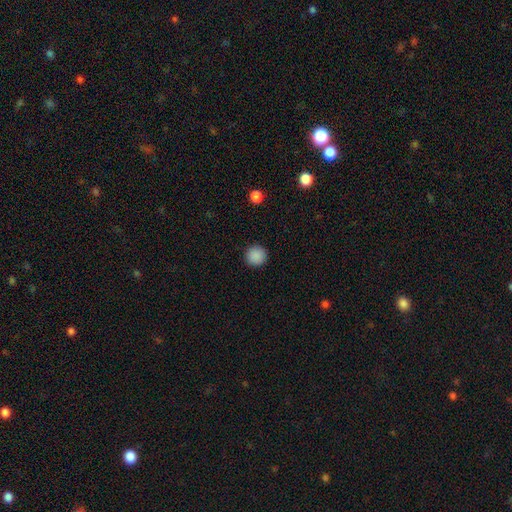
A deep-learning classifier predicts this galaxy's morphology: A smooth galaxy with no disk features (89%) that is round (95%).

Vote fractions:
- Smooth or featured? smooth: 89% / star or artifact: 9% / featured or disk: 3%
- How rounded? round: 95% / in between: 4% / cigar-shaped: 1%
- Merging? none: 92% / minor disturbance: 5% / major disturbance: 2% / merger: 1%